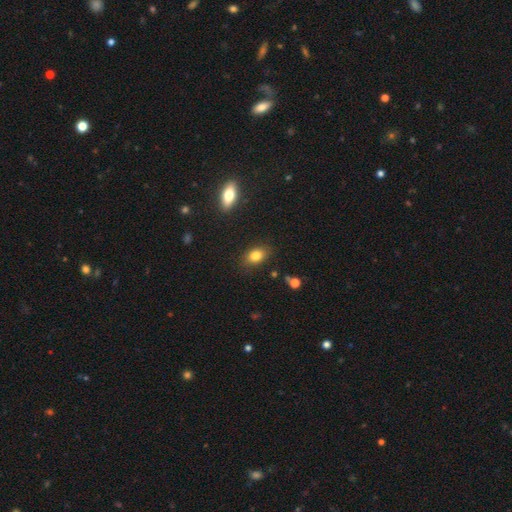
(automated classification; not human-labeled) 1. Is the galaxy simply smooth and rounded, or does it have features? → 83% smooth, 9% star or artifact, 8% featured or disk.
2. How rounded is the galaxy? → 78% in between, 20% round, 2% cigar-shaped.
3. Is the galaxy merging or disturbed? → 84% none, 12% minor disturbance, 3% major disturbance, 2% merger.